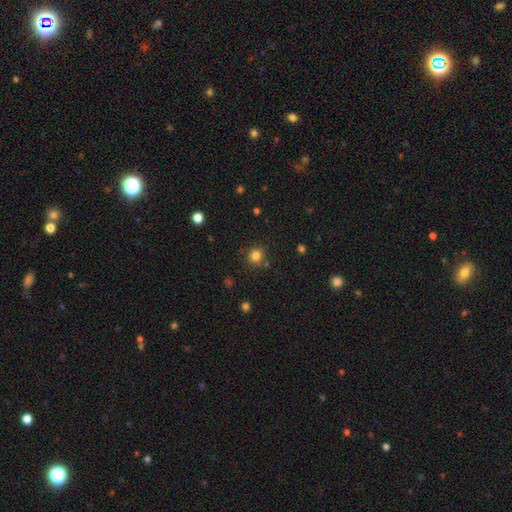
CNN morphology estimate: This appears to be a smooth galaxy with no disk features (81%) that is round (92%). Merging: none (81%).